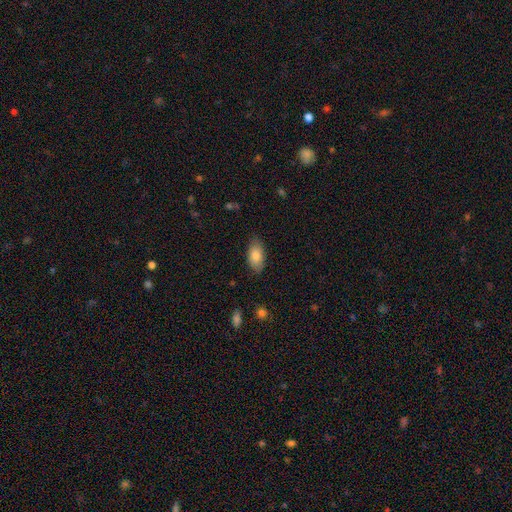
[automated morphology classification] Overall: smooth (83%). How rounded: in between (92%). Merging: none (83%).